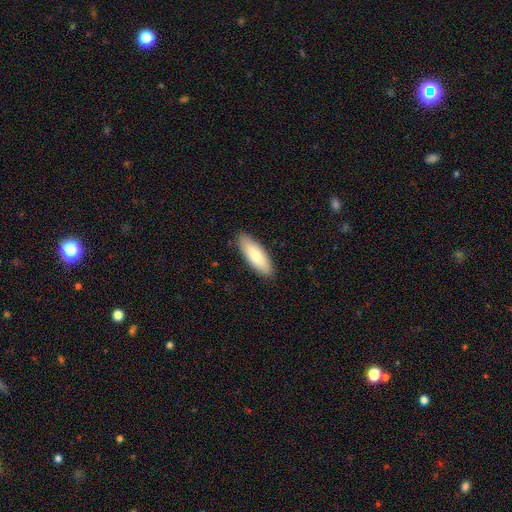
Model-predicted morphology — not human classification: A smooth galaxy with no disk features (80%) that is in between round and cigar-shaped (63%).

Vote fractions:
- Smooth or featured? smooth: 80% / featured or disk: 14% / star or artifact: 5%
- How rounded? in between: 63% / cigar-shaped: 36% / round: 2%
- Merging? none: 88% / minor disturbance: 9% / major disturbance: 2% / merger: 1%